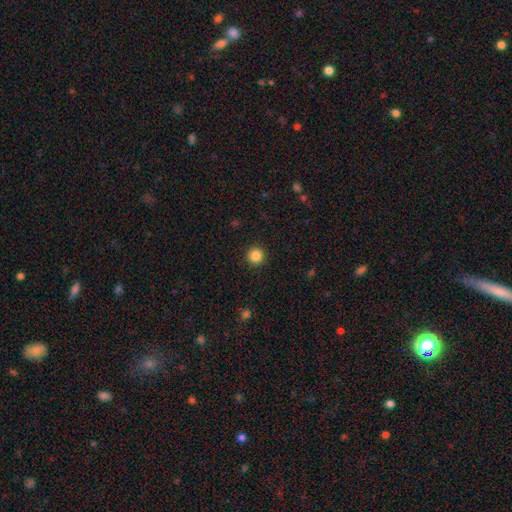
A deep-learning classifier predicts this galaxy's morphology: Smooth or featured? Predicted: smooth (p=0.86). How rounded? Predicted: round (p=0.96). Merging? Predicted: none (p=0.93).